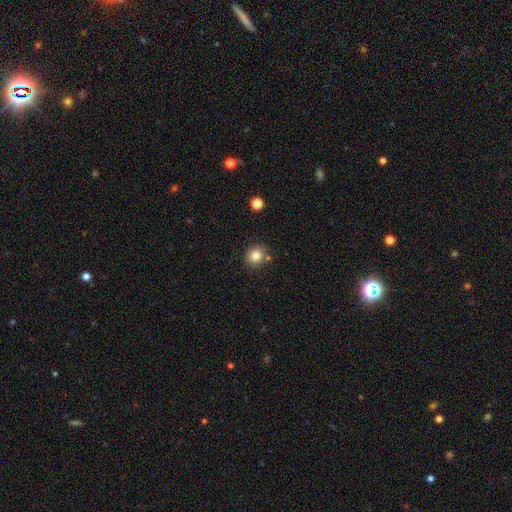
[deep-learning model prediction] Smooth or featured: smooth — 83% (star or artifact — 11%)
How rounded: round — 81% (in between — 18%)
Merging: none — 80% (minor disturbance — 11%)